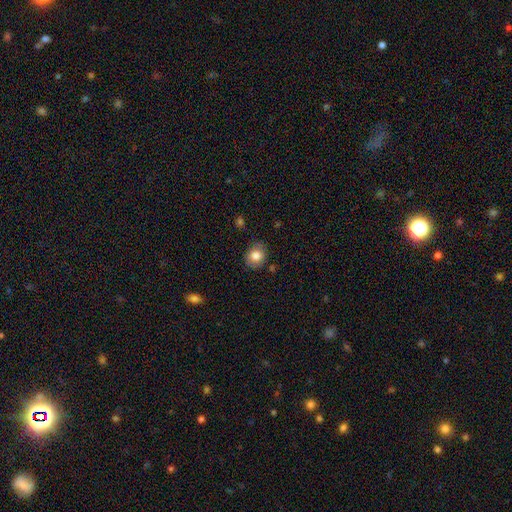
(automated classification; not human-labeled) Q: Smooth or featured?
A: smooth (82%); runner-up: featured or disk (10%)
Q: How rounded?
A: round (57%); runner-up: in between (42%)
Q: Merging?
A: none (81%); runner-up: minor disturbance (14%)